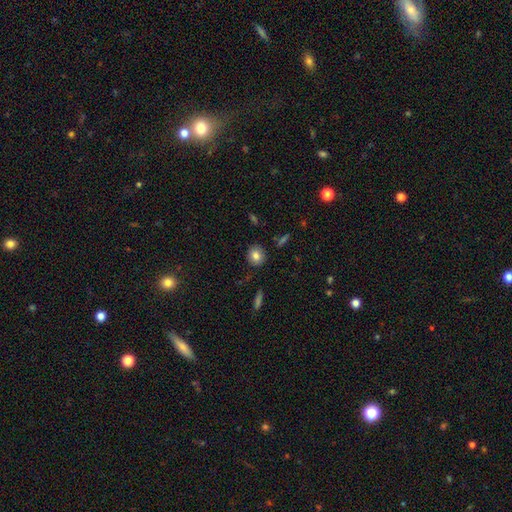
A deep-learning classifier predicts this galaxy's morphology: Smooth or featured? Predicted: smooth (p=0.81). How rounded? Predicted: round (p=0.81). Merging? Predicted: none (p=0.88).